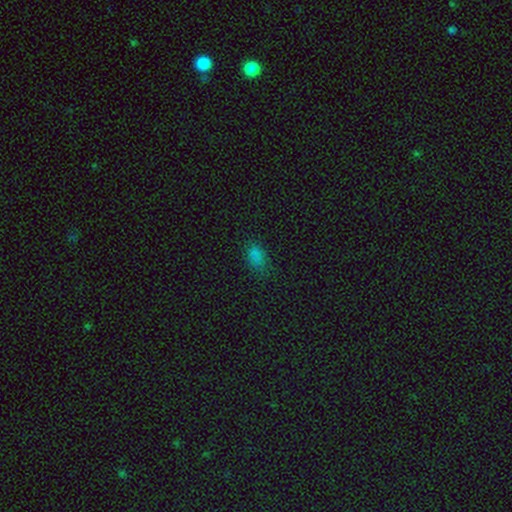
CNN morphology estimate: Smooth or featured? smooth (76%)
How rounded? in between (86%)
Merging? none (72%)